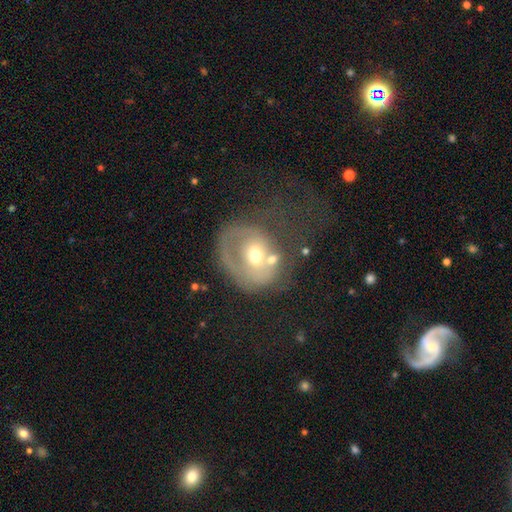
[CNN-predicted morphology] Smooth or featured?
  - featured or disk: 56% *
  - smooth: 35%
  - star or artifact: 9%
Edge-on disk?
  - no: 96% *
  - yes: 4%
Bar?
  - no: 80% *
  - weak: 16%
  - strong: 4%
Spiral arms?
  - no: 63% *
  - yes: 37%
Bulge size?
  - moderate: 62% *
  - small: 30%
  - large: 5%
  - none: 2%
  - dominant: 1%
Merging?
  - major disturbance: 33% *
  - none: 28%
  - merger: 20%
  - minor disturbance: 18%